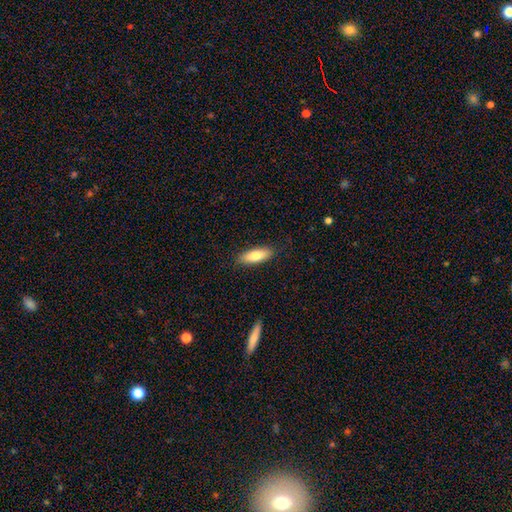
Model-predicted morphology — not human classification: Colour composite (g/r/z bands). It shows a smooth galaxy with no disk features (79%) that is in between round and cigar-shaped (62%). Merging: none (86%).